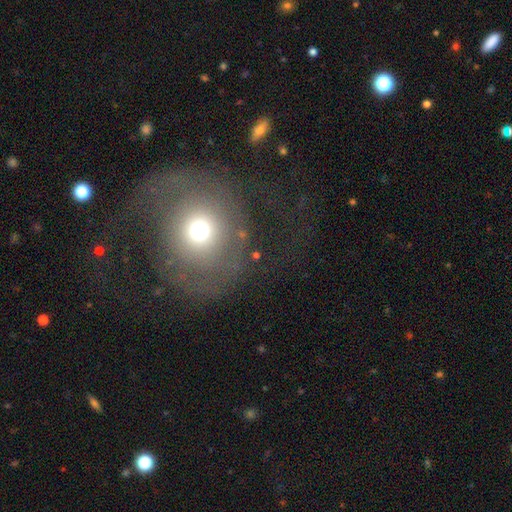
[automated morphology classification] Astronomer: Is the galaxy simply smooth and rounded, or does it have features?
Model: smooth — 53% (runner-up: featured or disk, 30%).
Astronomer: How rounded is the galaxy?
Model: round — 84%.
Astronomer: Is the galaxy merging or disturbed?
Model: none — 50% (runner-up: major disturbance, 32%).